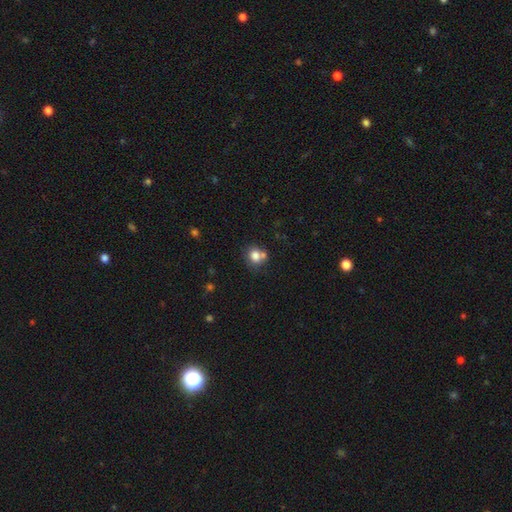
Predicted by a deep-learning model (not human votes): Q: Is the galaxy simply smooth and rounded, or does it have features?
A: smooth — 79%.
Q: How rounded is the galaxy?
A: round — 74%.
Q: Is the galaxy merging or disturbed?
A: none — 54%.